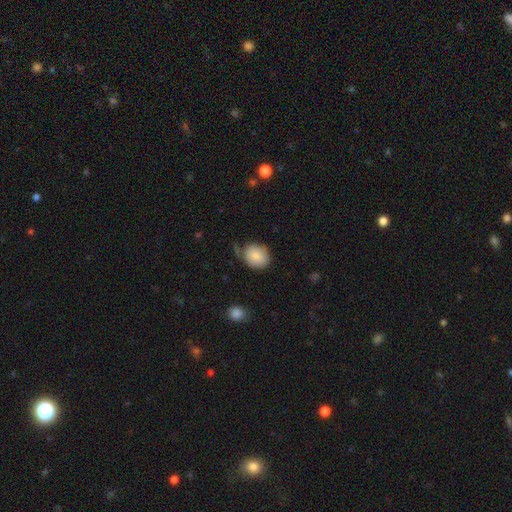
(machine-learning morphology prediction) Smooth or featured? Predicted: smooth (p=0.85). How rounded? Predicted: round (p=0.60). Merging? Predicted: none (p=0.64).